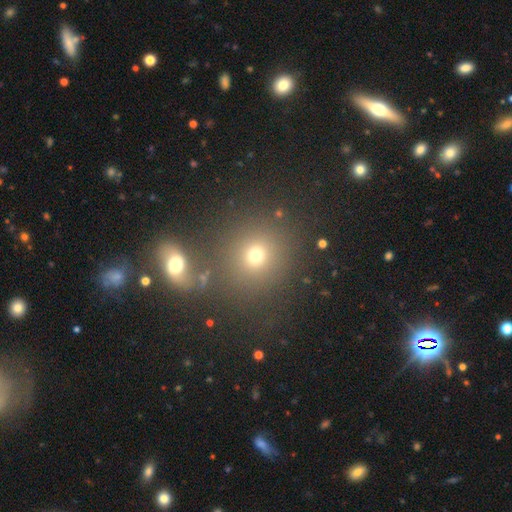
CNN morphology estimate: Q: Smooth or featured?
A: smooth (70%); runner-up: star or artifact (18%)
Q: How rounded?
A: round (83%); runner-up: in between (16%)
Q: Merging?
A: none (71%); runner-up: merger (15%)